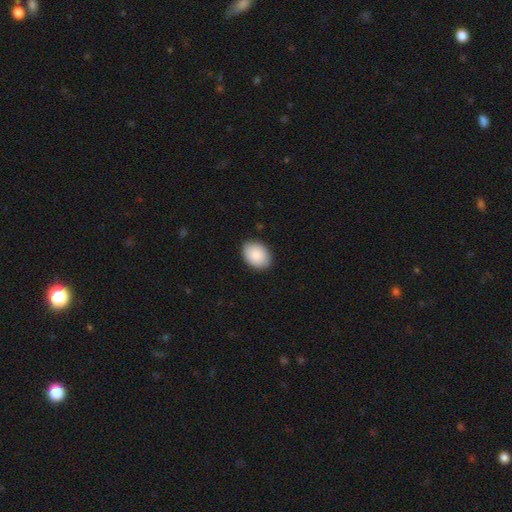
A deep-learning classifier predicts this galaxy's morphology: This appears to be a smooth galaxy with no disk features (88%) that is in between round and cigar-shaped (78%). Merging: none (87%).